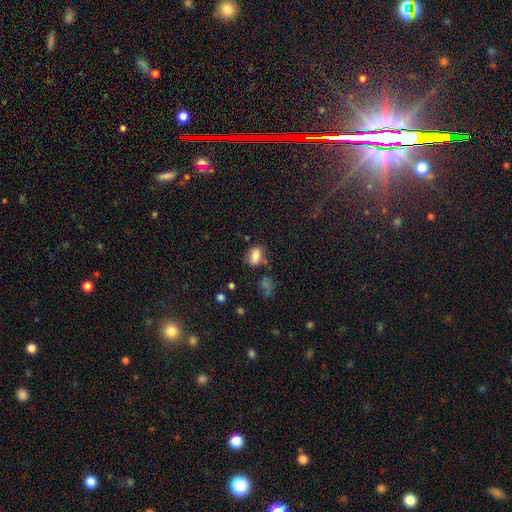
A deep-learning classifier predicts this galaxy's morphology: smooth 81%, star or artifact 10%, featured or disk 9%. Down the decision tree: how rounded — in between (74%); merging — none (65%).